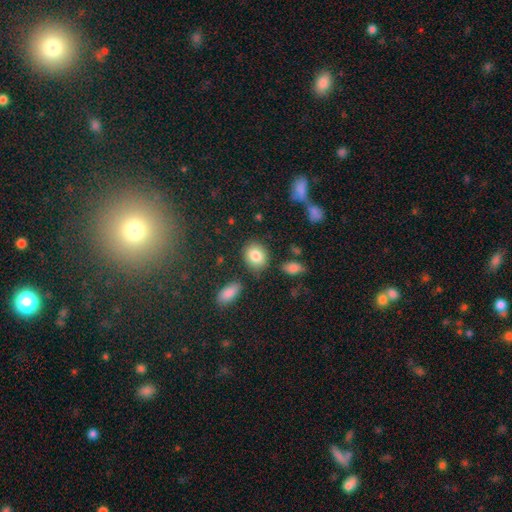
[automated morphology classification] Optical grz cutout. It shows a smooth galaxy with no disk features (84%) that is in between round and cigar-shaped (51%). Merging: none (80%).